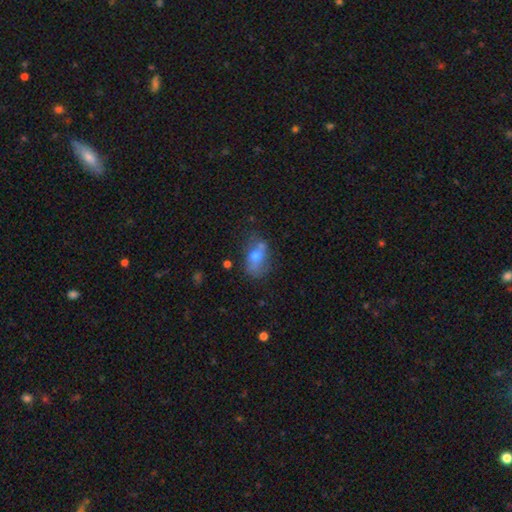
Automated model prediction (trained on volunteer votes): Smooth or featured? Predicted: smooth (p=0.59). How rounded? Predicted: in between (p=0.78). Merging? Predicted: none (p=0.49).